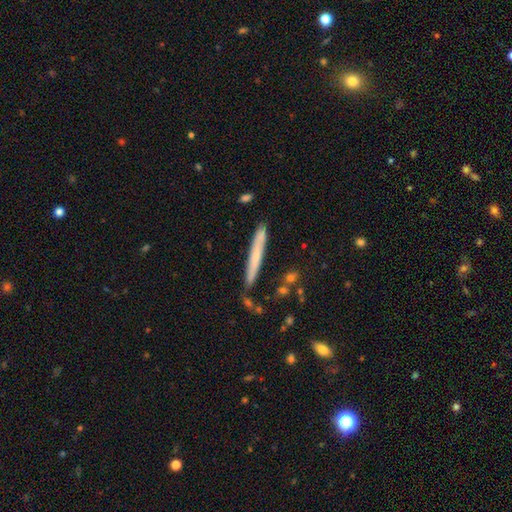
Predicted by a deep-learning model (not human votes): smooth-or-featured: smooth: 58% | featured or disk: 36% | star or artifact: 7%
  how-rounded: cigar-shaped: 96% | in between: 2% | round: 1%
  merging: none: 82% | minor disturbance: 13% | merger: 3% | major disturbance: 2%